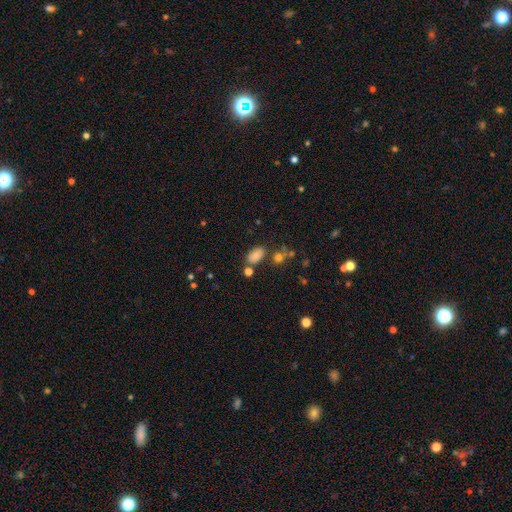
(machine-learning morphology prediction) This is clearly a smooth galaxy (81%). How rounded: clearly in between (91%). Merging: likely none (72%).